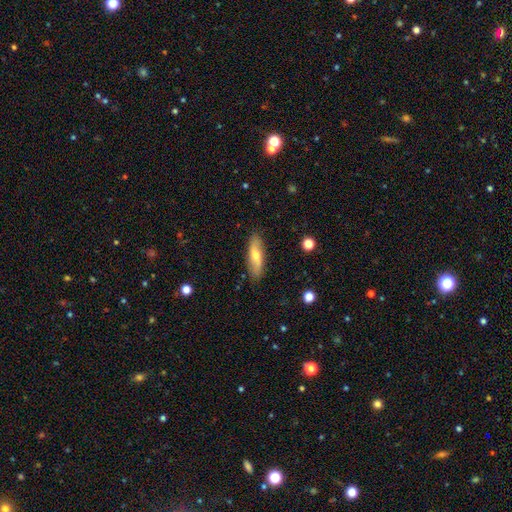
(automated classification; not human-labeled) Morphology: type=smooth (55%); roundness=cigar-shaped (55%); merging=none (88%).